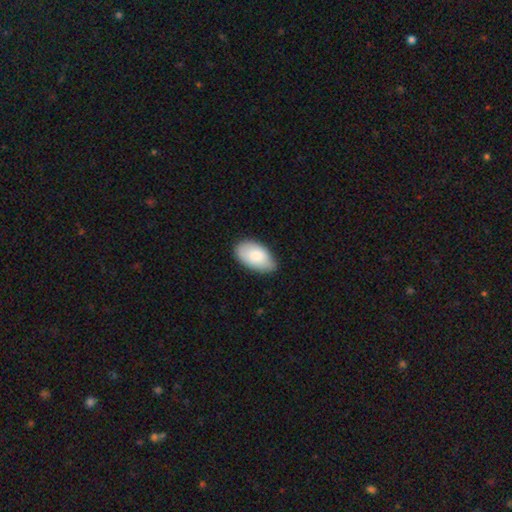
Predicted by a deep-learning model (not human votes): The model was most divided on "merging": none: 74%, minor disturbance: 22%, major disturbance: 3%, merger: 1%. More confident: how rounded — in between (95%); smooth or featured — smooth (83%).